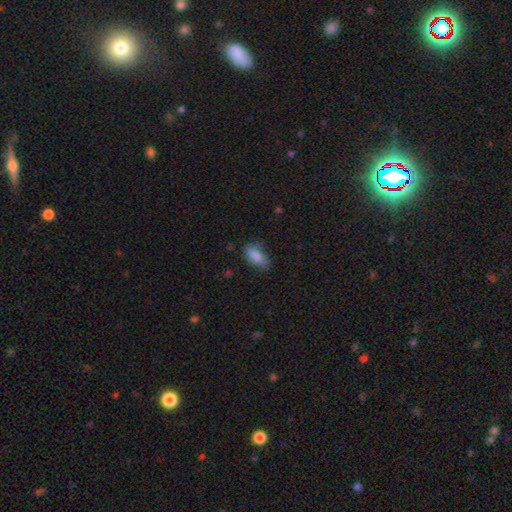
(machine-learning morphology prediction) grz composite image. It shows a smooth galaxy with no disk features (83%) that is in between round and cigar-shaped (81%). Merging: none (67%).